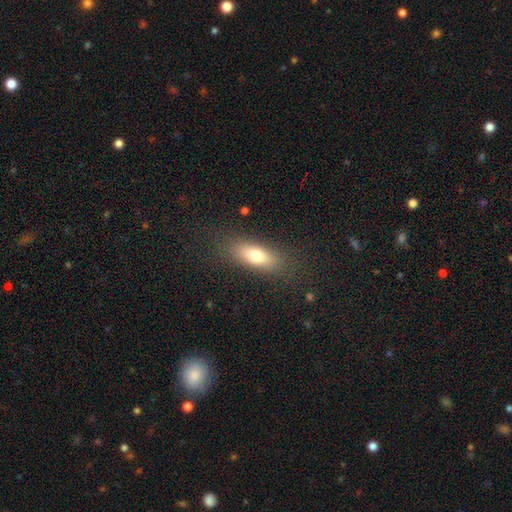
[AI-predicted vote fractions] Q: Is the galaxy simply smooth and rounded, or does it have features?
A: smooth — 73%.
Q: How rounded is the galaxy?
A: in between — 71%.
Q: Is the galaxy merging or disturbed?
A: none — 83%.